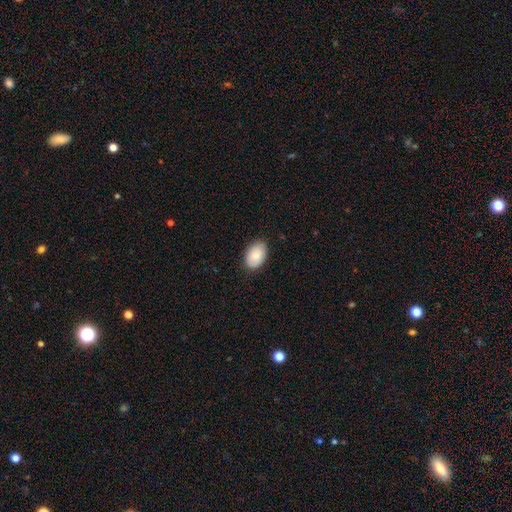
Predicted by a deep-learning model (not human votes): smooth_or_featured: smooth (p=0.80) [alt: featured or disk p=0.14]
how_rounded: in between (p=0.87) [alt: round p=0.12]
merging: none (p=0.85) [alt: minor disturbance p=0.12]